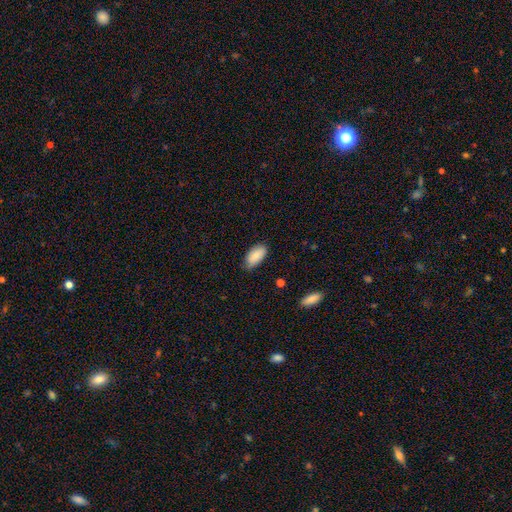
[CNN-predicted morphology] type=smooth (86%); roundness=in between (94%); merging=none (71%).